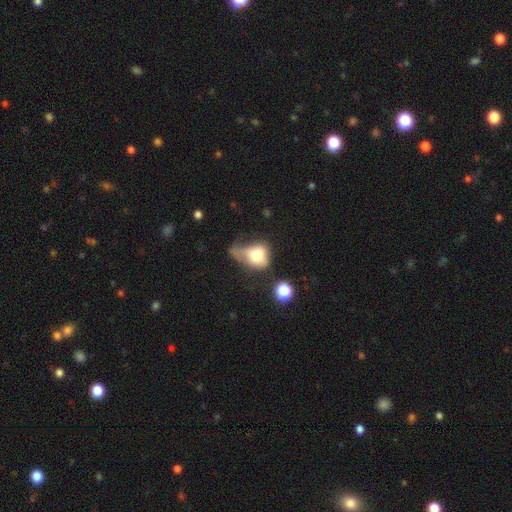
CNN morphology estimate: Overall: smooth (67%). How rounded: in between (57%; round 40%). Merging: major disturbance (41%; minor disturbance 25%).